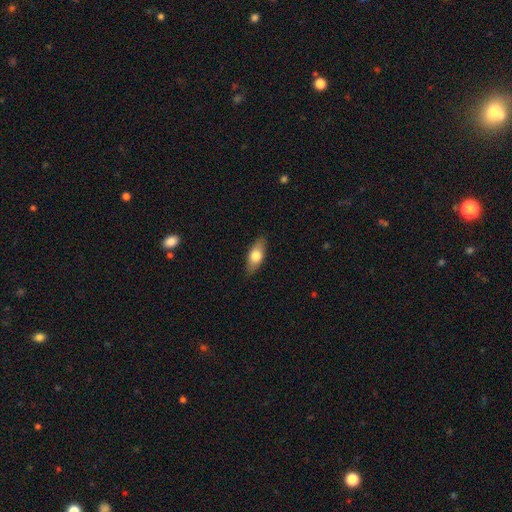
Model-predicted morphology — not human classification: smooth_or_featured: smooth (p=0.70) [alt: featured or disk p=0.24]
how_rounded: in between (p=0.80) [alt: cigar-shaped p=0.16]
merging: none (p=0.87) [alt: minor disturbance p=0.10]